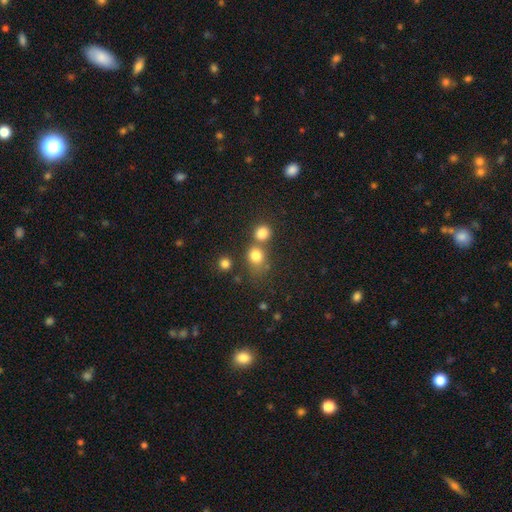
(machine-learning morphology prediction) smooth-or-featured: smooth: 78% | star or artifact: 14% | featured or disk: 8%
  how-rounded: round: 75% | in between: 24% | cigar-shaped: 1%
  merging: none: 51% | merger: 34% | minor disturbance: 11% | major disturbance: 5%